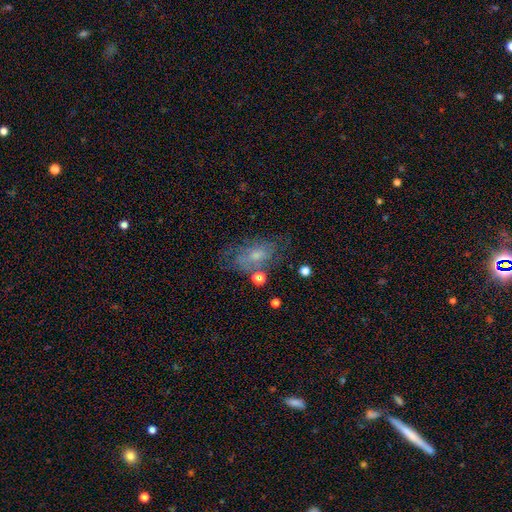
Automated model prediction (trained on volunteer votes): This appears to be a smooth galaxy with no disk features (45%). Merging: none (52%).